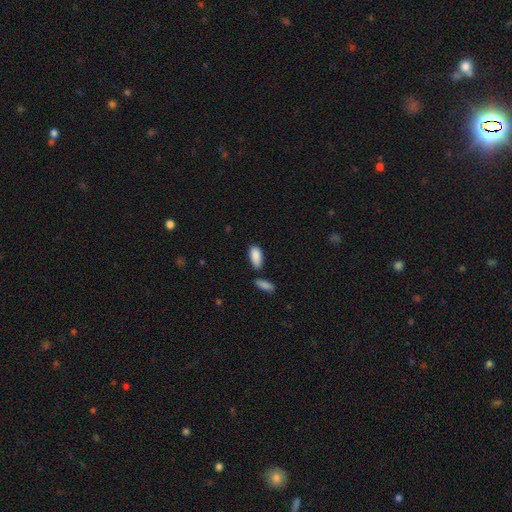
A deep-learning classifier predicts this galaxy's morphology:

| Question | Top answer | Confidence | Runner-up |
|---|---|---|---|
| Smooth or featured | smooth | 89% | star or artifact (6%) |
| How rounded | in between | 88% | cigar-shaped (9%) |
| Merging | none | 66% | minor disturbance (18%) |